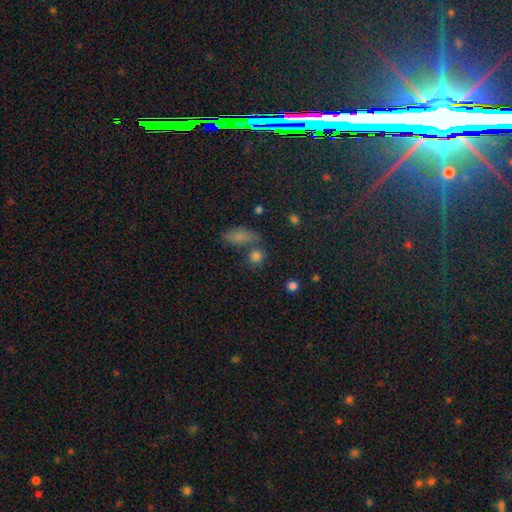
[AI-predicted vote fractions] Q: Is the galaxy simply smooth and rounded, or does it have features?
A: smooth — 73%.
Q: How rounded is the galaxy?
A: round — 68%.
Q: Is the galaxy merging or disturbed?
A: none — 64%.